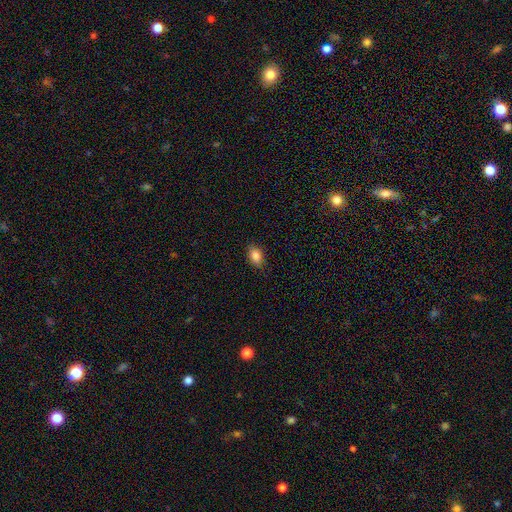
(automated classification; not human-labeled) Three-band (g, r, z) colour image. It shows a smooth galaxy with no disk features (85%) that is in between round and cigar-shaped (86%). Merging: none (87%).